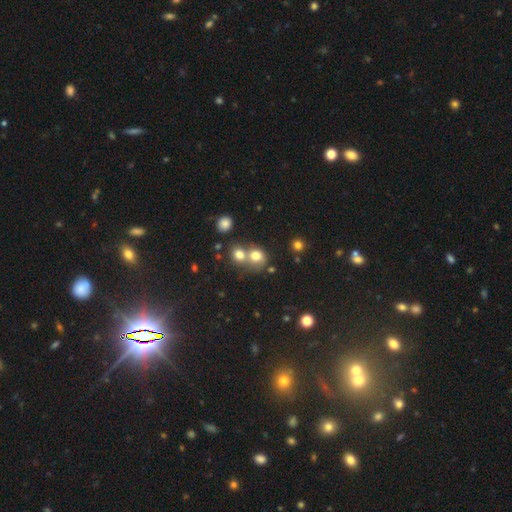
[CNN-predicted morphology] Smooth or featured?
  - smooth: 76% *
  - star or artifact: 13%
  - featured or disk: 11%
How rounded?
  - round: 74% *
  - in between: 25%
  - cigar-shaped: 1%
Merging?
  - merger: 56% *
  - none: 33%
  - minor disturbance: 7%
  - major disturbance: 4%